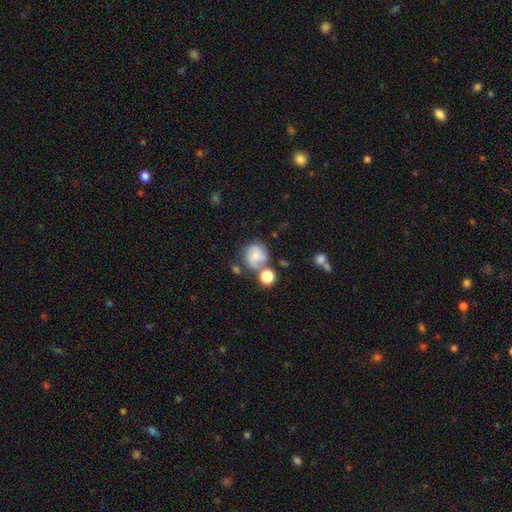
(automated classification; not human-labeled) Smooth or featured? smooth (50%)
How rounded? round (79%)
Merging? none (50%)